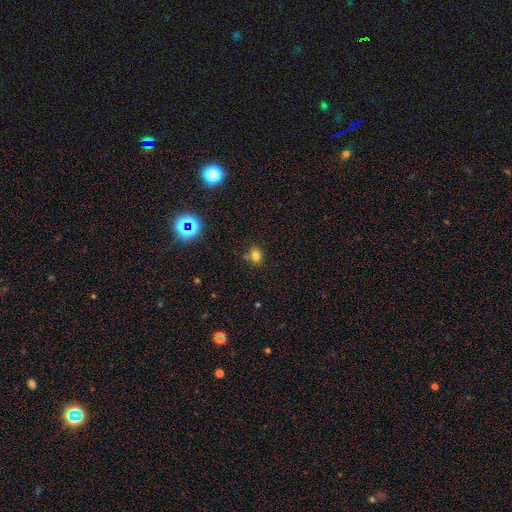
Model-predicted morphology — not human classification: Smooth or featured? smooth (73%)
How rounded? round (60%)
Merging? none (75%)